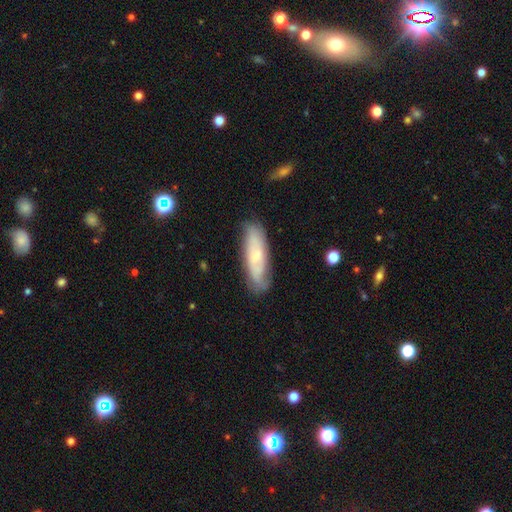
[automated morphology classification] A featured or disk galaxy (47%). Merging: none (75%).